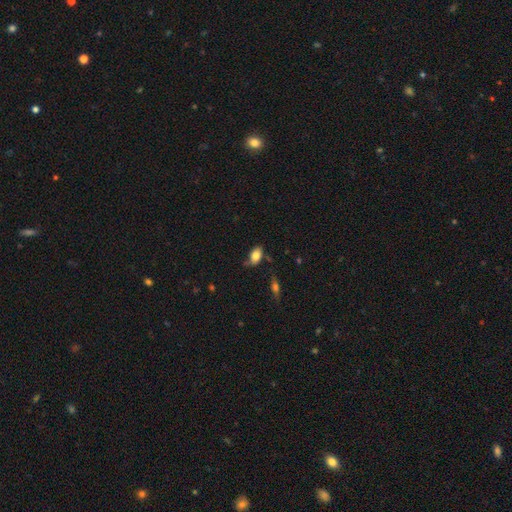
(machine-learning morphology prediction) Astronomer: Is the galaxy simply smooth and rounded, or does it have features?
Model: smooth — 79%.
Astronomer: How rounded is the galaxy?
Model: in between — 88%.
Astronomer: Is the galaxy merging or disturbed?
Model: none — 59%.